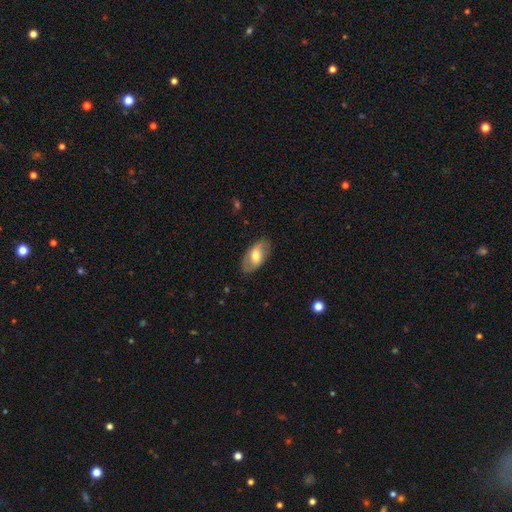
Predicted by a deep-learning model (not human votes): Smooth or featured: smooth — 56% (featured or disk — 38%)
How rounded: in between — 92% (round — 5%)
Merging: none — 80% (minor disturbance — 14%)